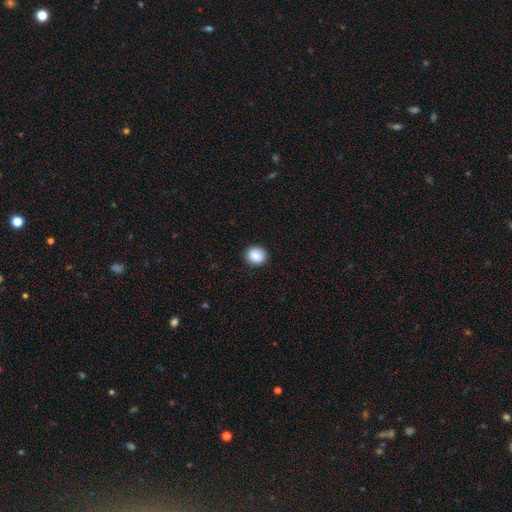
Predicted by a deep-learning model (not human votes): smooth 88%, star or artifact 8%, featured or disk 4%. Down the decision tree: how rounded — round (72%); merging — none (90%).